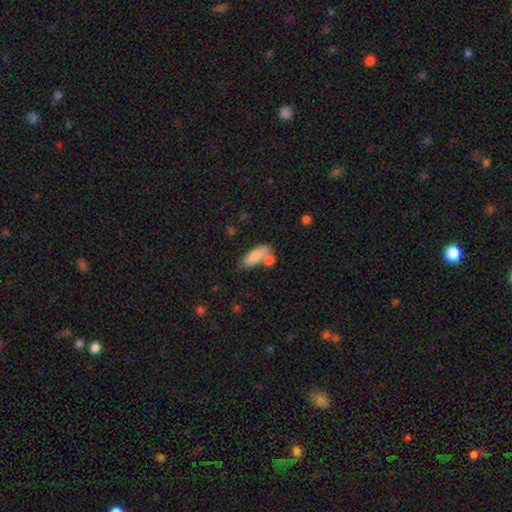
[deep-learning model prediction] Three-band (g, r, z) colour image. It shows a smooth galaxy with no disk features (81%) that is in between round and cigar-shaped (69%). Merging: none (50%).